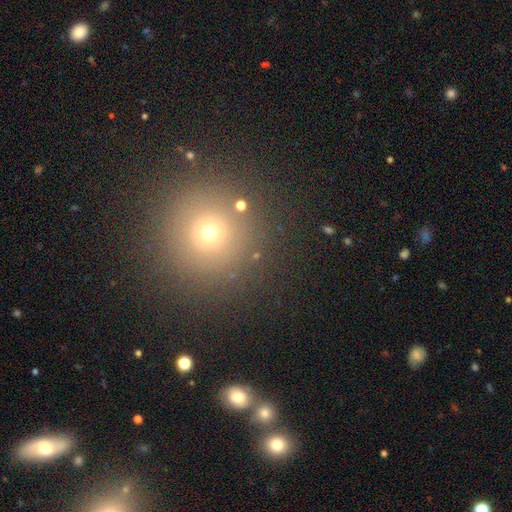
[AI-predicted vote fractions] The model was most divided on "smooth or featured": smooth: 62%, star or artifact: 28%, featured or disk: 10%. More confident: how rounded — round (95%); merging — none (85%).